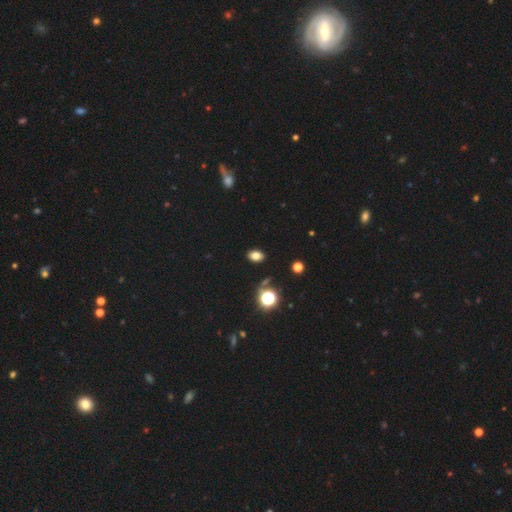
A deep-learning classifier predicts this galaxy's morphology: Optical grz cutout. It shows a smooth galaxy with no disk features (77%) that is in between round and cigar-shaped (80%). Merging: none (86%).